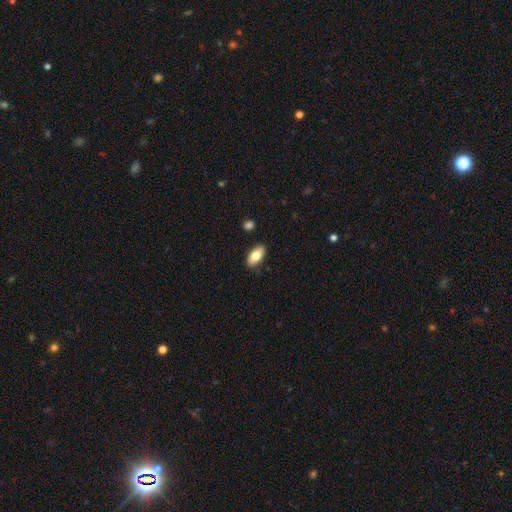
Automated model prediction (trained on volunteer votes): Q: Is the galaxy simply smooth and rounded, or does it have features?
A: smooth — 77%.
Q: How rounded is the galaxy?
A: in between — 92%.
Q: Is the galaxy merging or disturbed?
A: none — 86%.